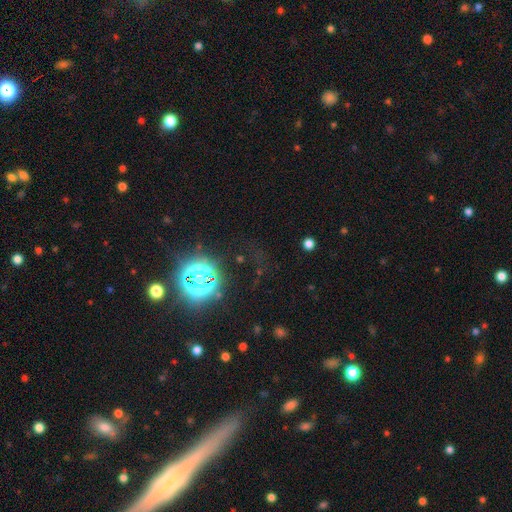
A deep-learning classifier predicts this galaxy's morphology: Smooth or featured?
  - star or artifact: 62% *
  - smooth: 23%
  - featured or disk: 15%